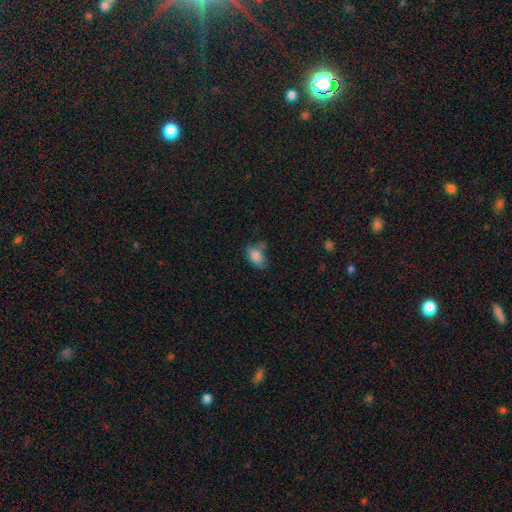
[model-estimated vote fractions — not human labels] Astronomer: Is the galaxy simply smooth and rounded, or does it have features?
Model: smooth — 84%.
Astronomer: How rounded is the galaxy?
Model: in between — 87%.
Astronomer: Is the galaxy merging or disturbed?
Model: none — 56%.